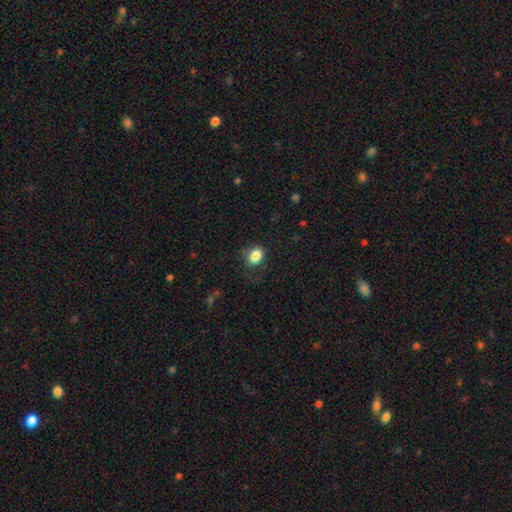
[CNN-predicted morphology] smooth-or-featured: smooth: 85% | star or artifact: 10% | featured or disk: 5%
  how-rounded: in between: 54% | round: 45% | cigar-shaped: 1%
  merging: none: 73% | minor disturbance: 19% | major disturbance: 7% | merger: 1%